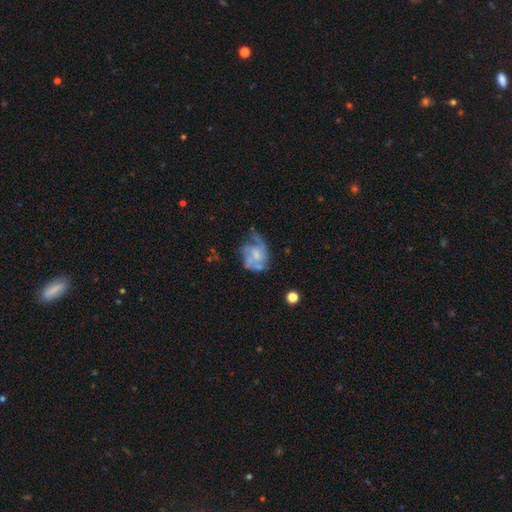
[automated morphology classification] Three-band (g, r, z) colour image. It shows a featured or disk galaxy (66%) with no bar (70%), spiral arms (64%) and a small central bulge (36%). Merging: none (34%).